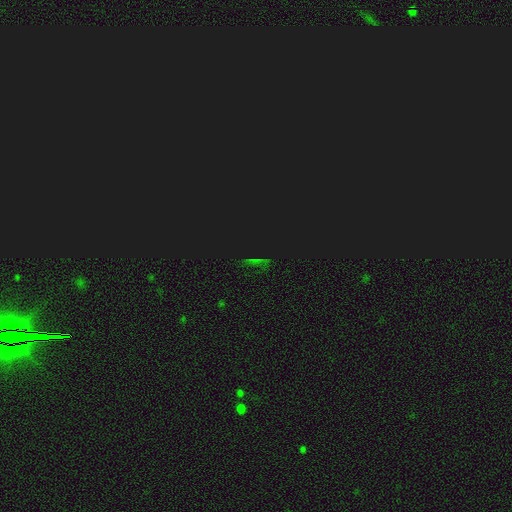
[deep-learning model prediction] smooth_or_featured: star or artifact (p=0.77) [alt: smooth p=0.16]